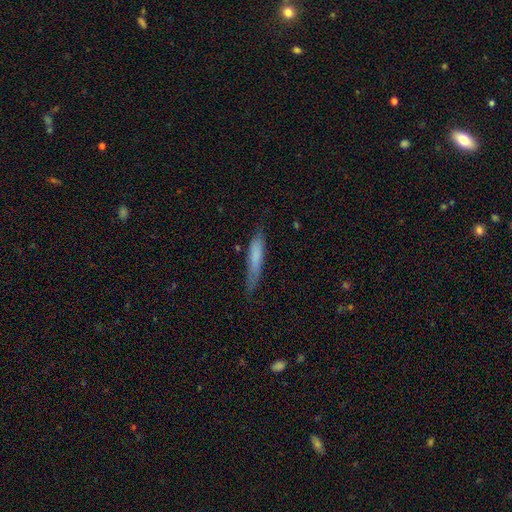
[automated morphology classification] Smooth or featured: smooth — 71% (featured or disk — 22%)
How rounded: cigar-shaped — 88% (in between — 11%)
Merging: none — 68% (minor disturbance — 24%)